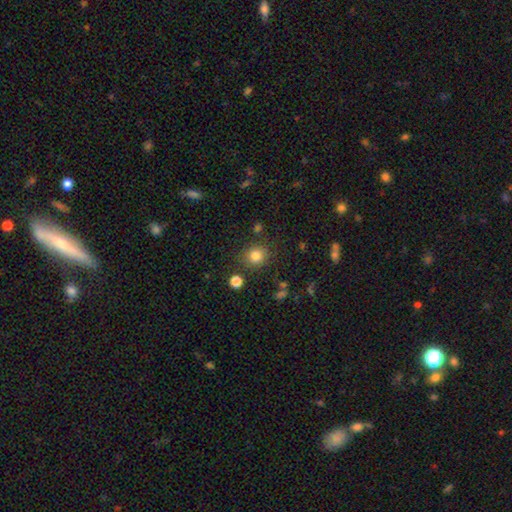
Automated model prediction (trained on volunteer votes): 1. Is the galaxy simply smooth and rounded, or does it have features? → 82% smooth, 12% star or artifact, 6% featured or disk.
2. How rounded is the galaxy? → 84% round, 16% in between, 1% cigar-shaped.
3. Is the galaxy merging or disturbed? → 82% none, 10% minor disturbance, 4% merger, 4% major disturbance.